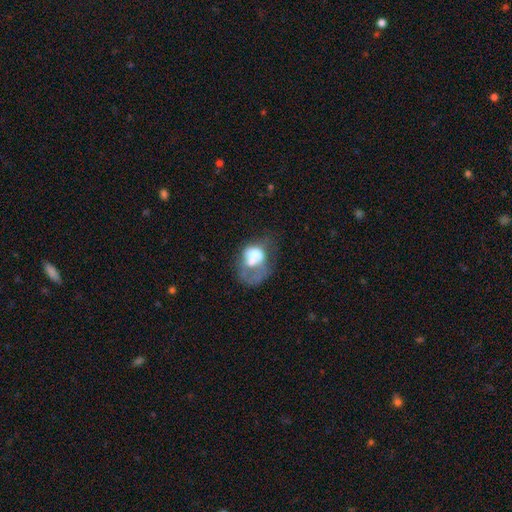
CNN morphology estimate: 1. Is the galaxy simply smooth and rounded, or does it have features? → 50% smooth, 39% featured or disk, 11% star or artifact.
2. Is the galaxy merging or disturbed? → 44% major disturbance, 24% merger, 16% none, 15% minor disturbance.